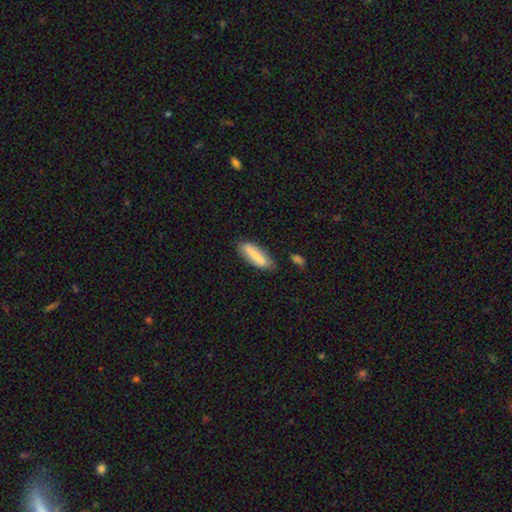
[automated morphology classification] type=smooth (57%); roundness=cigar-shaped (49%); merging=none (72%).